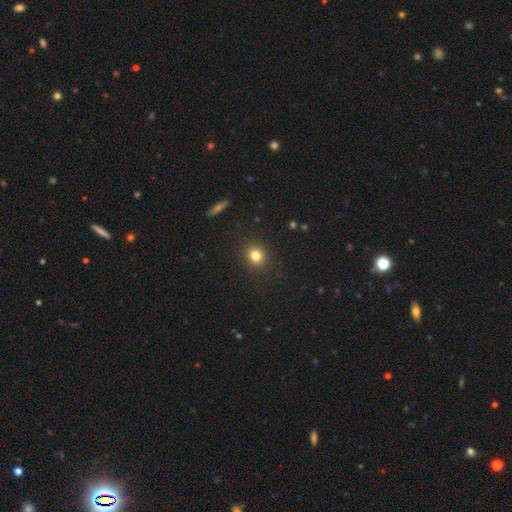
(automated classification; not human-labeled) Smooth or featured? smooth (81%)
How rounded? round (74%)
Merging? none (88%)